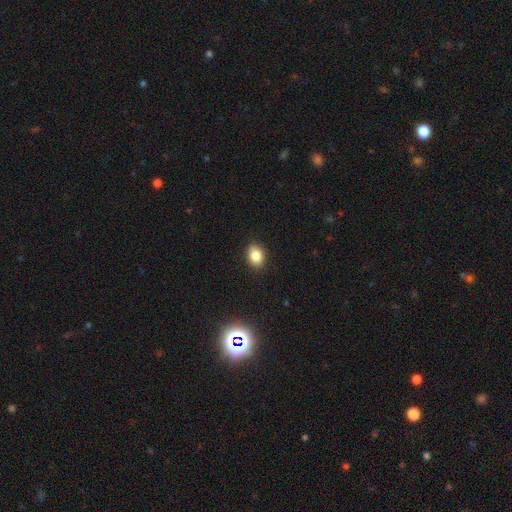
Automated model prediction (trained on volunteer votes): smooth 84%, star or artifact 10%, featured or disk 6%. Down the decision tree: how rounded — in between (71%); merging — none (89%).